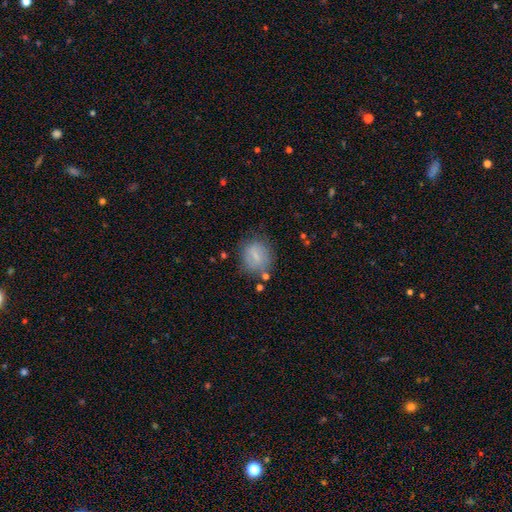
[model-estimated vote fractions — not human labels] smooth-or-featured: smooth: 62% | featured or disk: 29% | star or artifact: 9%
  how-rounded: round: 66% | in between: 32% | cigar-shaped: 2%
  merging: none: 71% | minor disturbance: 18% | major disturbance: 7% | merger: 4%